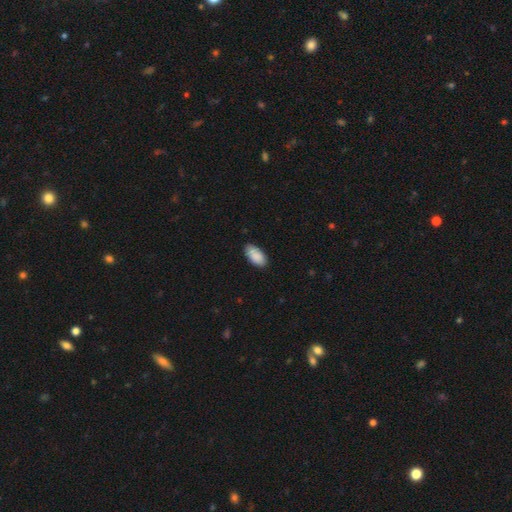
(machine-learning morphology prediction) This is clearly a smooth galaxy (90%). How rounded: clearly in between (94%). Merging: clearly none (84%).